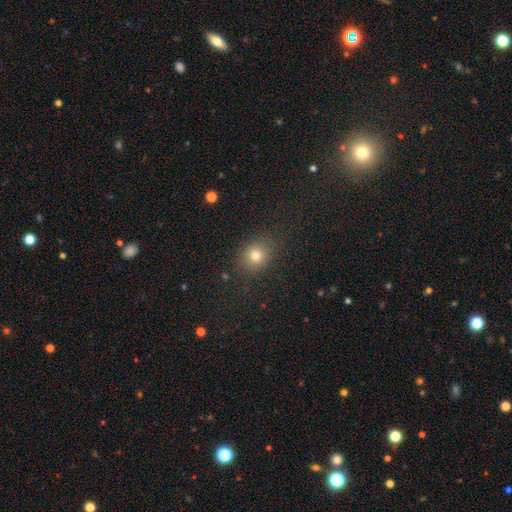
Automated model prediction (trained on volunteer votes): smooth_or_featured: smooth (p=0.76) [alt: star or artifact p=0.15]
how_rounded: round (p=0.63) [alt: in between p=0.36]
merging: none (p=0.85) [alt: minor disturbance p=0.10]